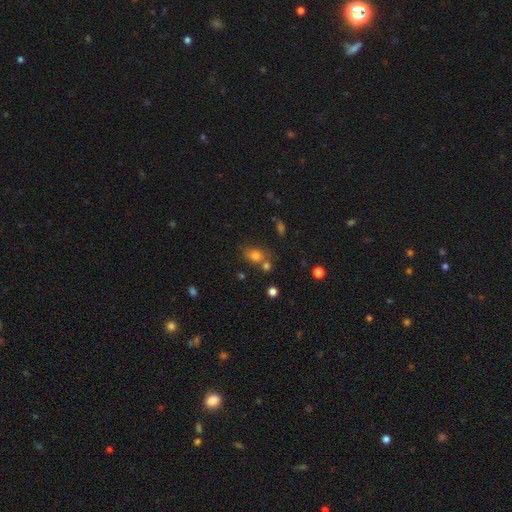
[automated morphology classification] A smooth galaxy with no disk features (75%) that is in between round and cigar-shaped (58%). Merging: none (54%).